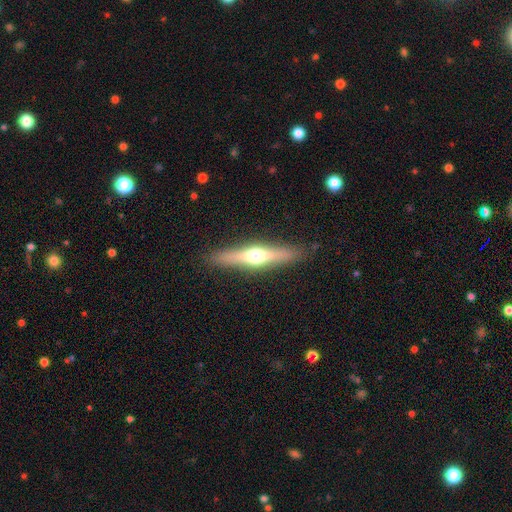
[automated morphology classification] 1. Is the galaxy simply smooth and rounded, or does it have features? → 58% featured or disk, 35% smooth, 7% star or artifact.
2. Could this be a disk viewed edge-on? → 94% yes, 6% no.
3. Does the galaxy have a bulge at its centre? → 93% rounded, 4% none, 3% boxy.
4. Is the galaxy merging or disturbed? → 89% none, 8% minor disturbance, 2% major disturbance, 1% merger.